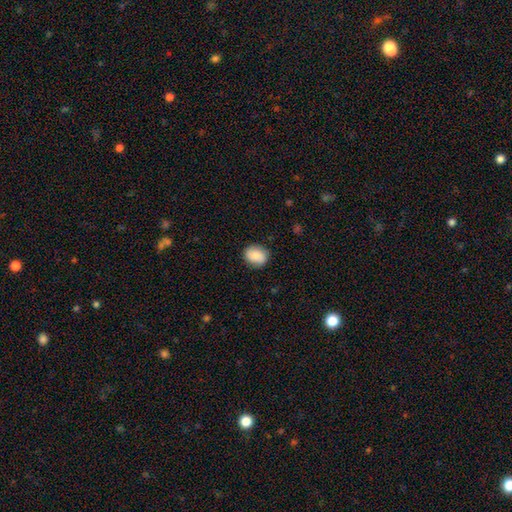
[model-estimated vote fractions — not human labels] Morphology: type=smooth (85%); roundness=round (55%); merging=none (83%).